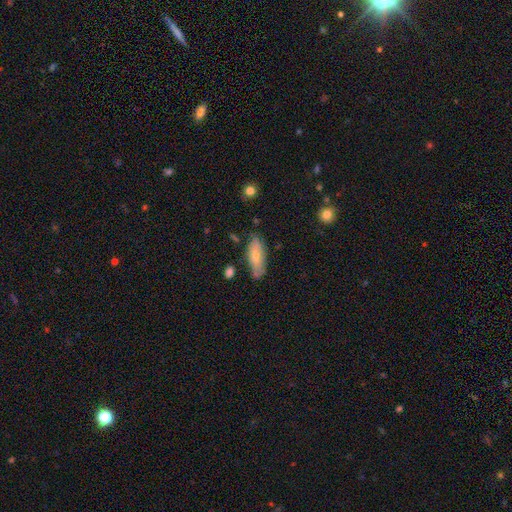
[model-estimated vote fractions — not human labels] A smooth galaxy with no disk features (64%) that is in between round and cigar-shaped (73%). Merging: none (70%).